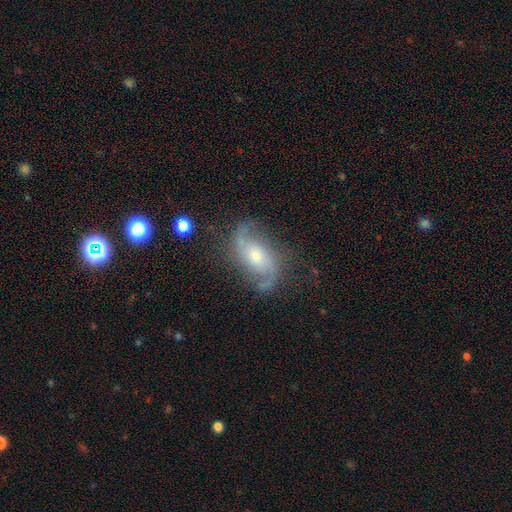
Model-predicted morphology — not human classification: Overall: featured or disk (84%). Edge-on disk: no (96%). Bar: no (52%; weak 39%). Spiral arms: yes (96%). Spiral arm count: 2 (88%). Spiral winding: loose (43%, tied with medium). Bulge size: moderate (56%; small 33%). Merging: none (72%).